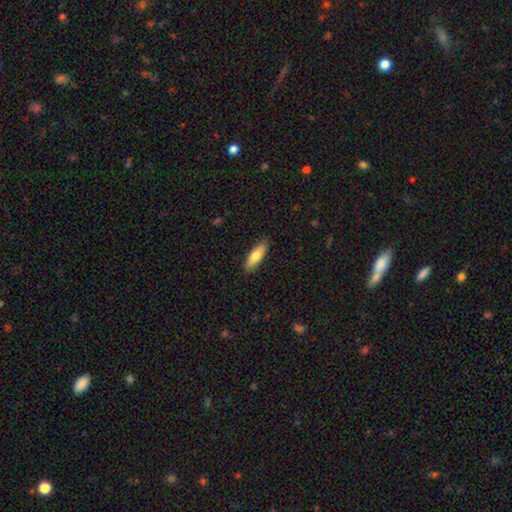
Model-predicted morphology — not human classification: This is likely a smooth galaxy (71%). How rounded: possibly in between (52%). Merging: clearly none (88%).